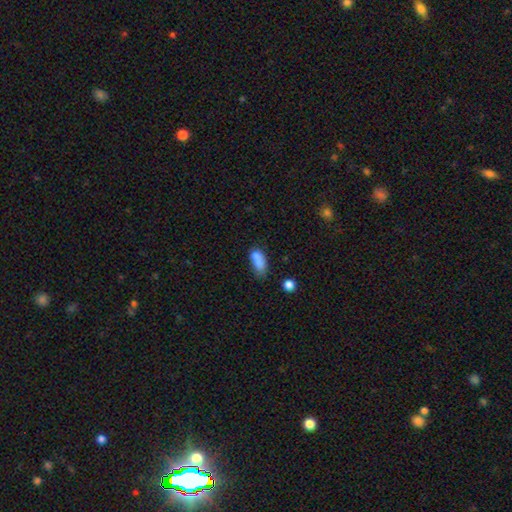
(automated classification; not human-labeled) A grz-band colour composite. It shows a smooth galaxy with no disk features (74%) that is in between round and cigar-shaped (79%). Merging: merger (40%).